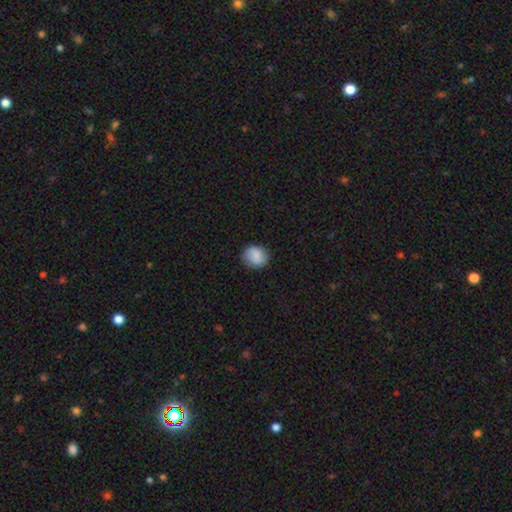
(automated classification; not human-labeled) smooth 84%, featured or disk 8%, star or artifact 8%. Down the decision tree: how rounded — round (73%); merging — none (82%).